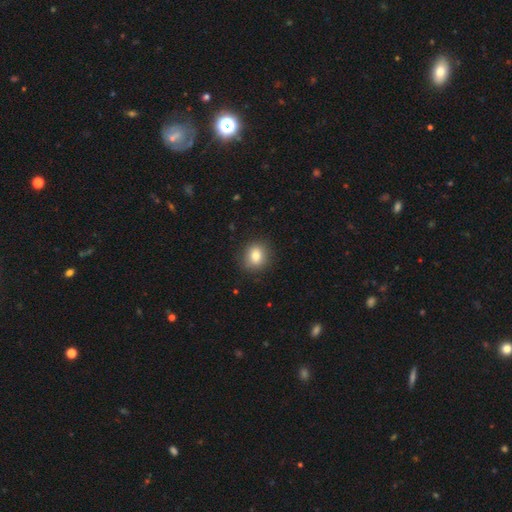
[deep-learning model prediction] Overall: smooth (82%). How rounded: round (72%). Merging: none (87%).